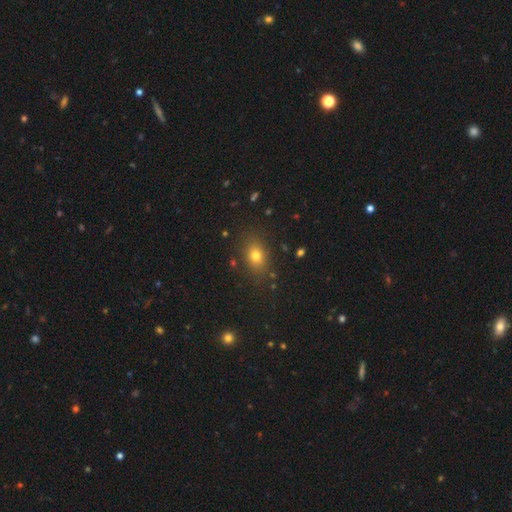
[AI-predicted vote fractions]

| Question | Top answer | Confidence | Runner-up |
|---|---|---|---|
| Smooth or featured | smooth | 74% | star or artifact (15%) |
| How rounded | in between | 65% | round (33%) |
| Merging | none | 84% | minor disturbance (11%) |